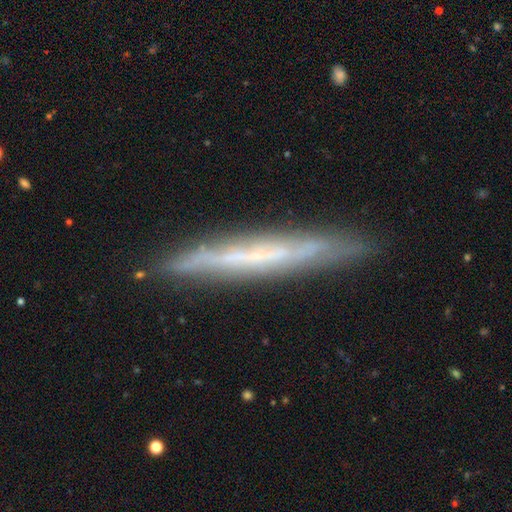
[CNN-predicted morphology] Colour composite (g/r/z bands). It shows a featured or disk galaxy (65%) viewed edge-on (89%) with no central bulge (84%). Merging: none (84%).